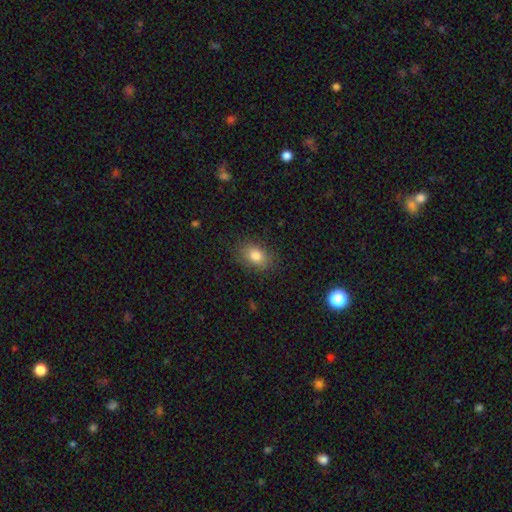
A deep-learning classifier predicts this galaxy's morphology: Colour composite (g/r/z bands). It shows a smooth galaxy with no disk features (82%) that is in between round and cigar-shaped (77%). Merging: none (84%).